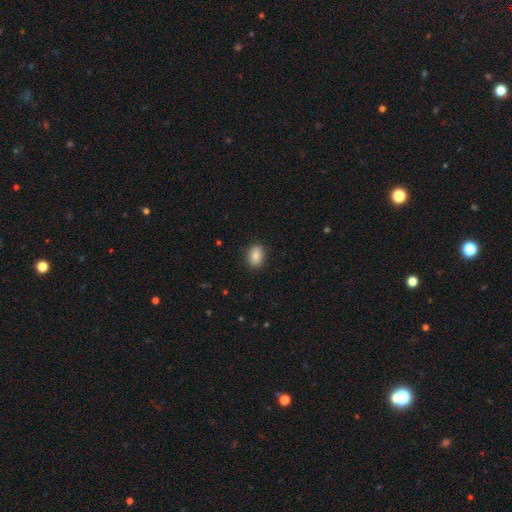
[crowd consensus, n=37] A smooth galaxy with no disk features (95%) that is in between round and cigar-shaped (66%). Merging: none (89%).